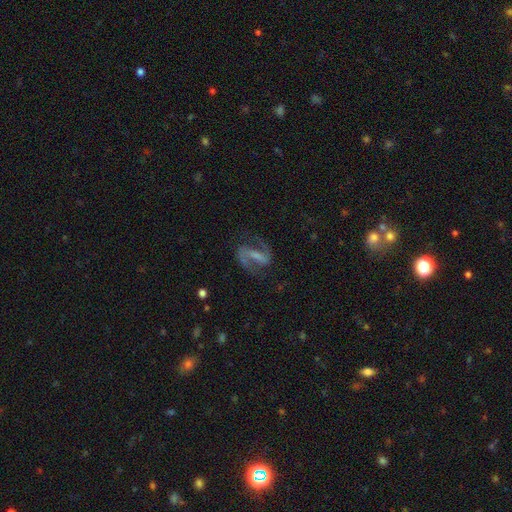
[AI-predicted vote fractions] Overall: featured or disk (89%). Edge-on disk: no (97%). Bar: strong (58%; weak 31%). Spiral arms: yes (97%). Spiral arm count: 2 (94%). Spiral winding: medium (59%; loose 27%). Bulge size: none (39%; small 34%). Merging: none (77%).